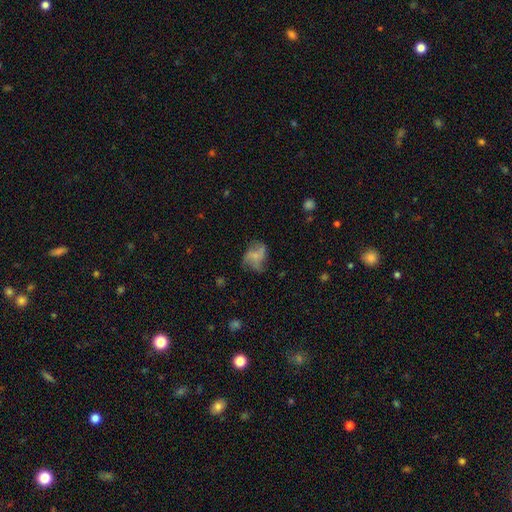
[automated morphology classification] type=featured or disk (57%); edge-on=no (97%); bar=no (75%); spiral arms=yes (73%); bulge=small (63%); merging=none (52%).